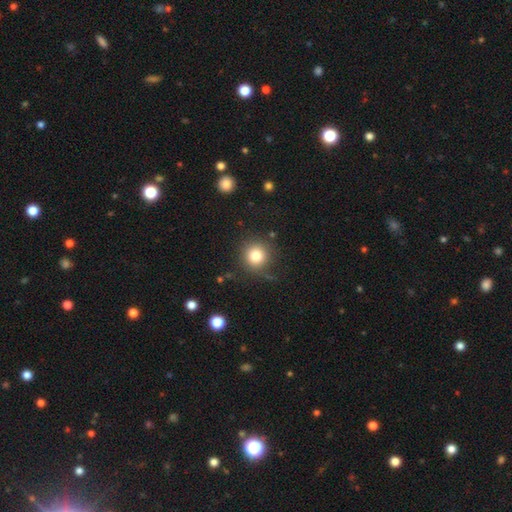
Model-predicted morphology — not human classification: This appears to be a smooth galaxy with no disk features (80%) that is round (93%). Merging: none (80%).